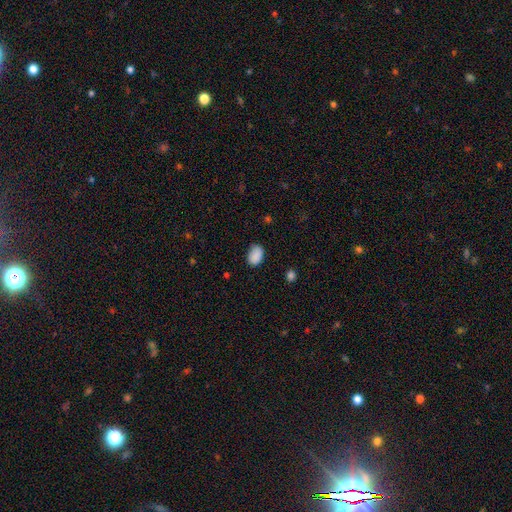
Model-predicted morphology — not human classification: smooth-or-featured: smooth: 89% | star or artifact: 8% | featured or disk: 3%
  how-rounded: in between: 85% | round: 14% | cigar-shaped: 1%
  merging: none: 79% | minor disturbance: 17% | major disturbance: 3% | merger: 1%